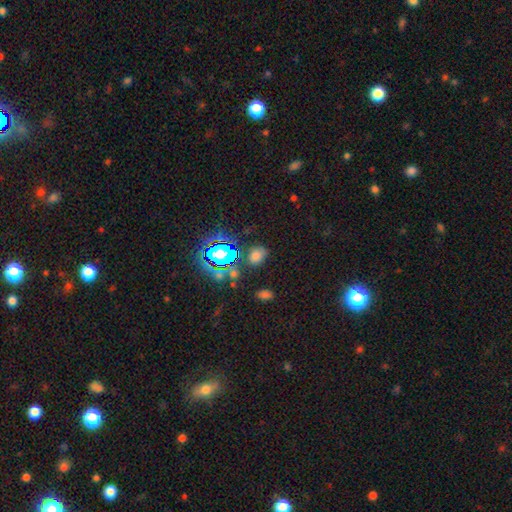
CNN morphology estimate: Smooth or featured? Predicted: smooth (p=0.60). How rounded? Predicted: in between (p=0.62). Merging? Predicted: none (p=0.74).